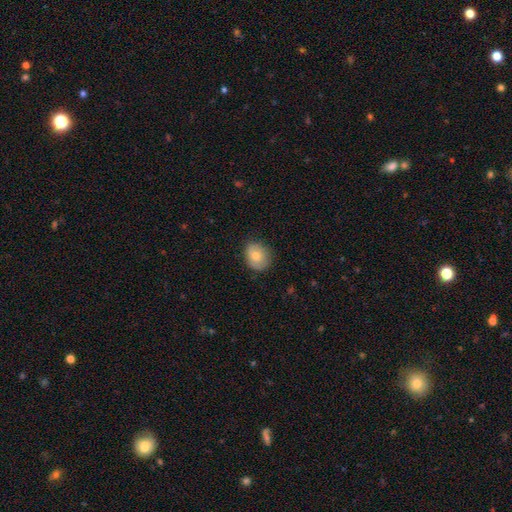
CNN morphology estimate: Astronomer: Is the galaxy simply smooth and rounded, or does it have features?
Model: smooth — 73%.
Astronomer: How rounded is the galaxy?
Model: round — 60% (runner-up: in between, 39%).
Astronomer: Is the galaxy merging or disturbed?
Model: none — 79%.